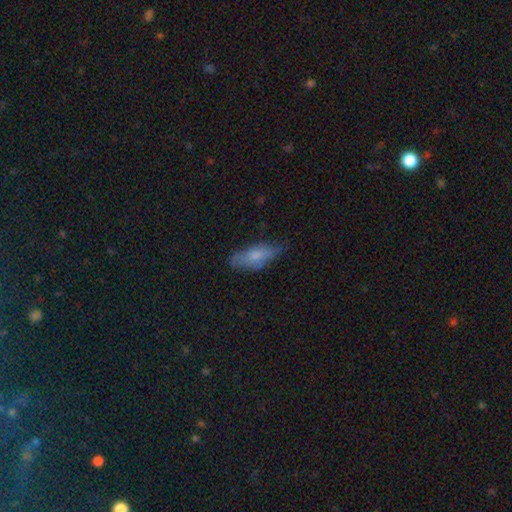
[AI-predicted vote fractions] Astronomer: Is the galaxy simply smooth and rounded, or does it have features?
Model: smooth — 69%.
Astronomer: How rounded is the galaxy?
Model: in between — 76%.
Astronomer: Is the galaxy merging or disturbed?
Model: none — 58%.